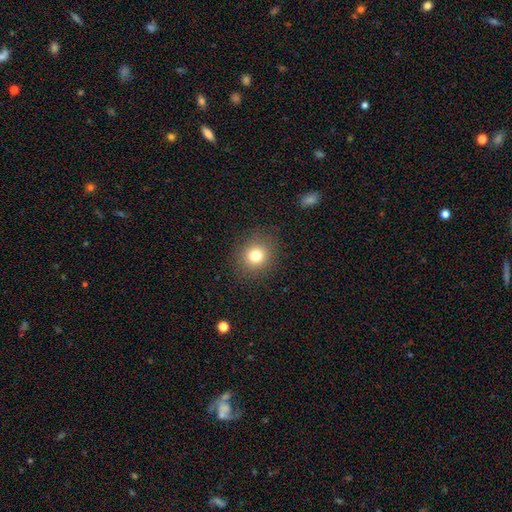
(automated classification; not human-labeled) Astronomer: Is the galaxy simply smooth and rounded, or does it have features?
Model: smooth — 79%.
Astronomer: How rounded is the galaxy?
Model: round — 80%.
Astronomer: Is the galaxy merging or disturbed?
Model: none — 87%.